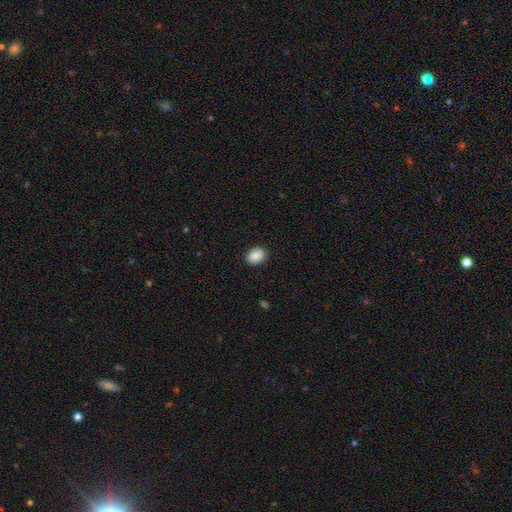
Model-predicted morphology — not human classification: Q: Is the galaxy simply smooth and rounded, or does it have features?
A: smooth — 88%.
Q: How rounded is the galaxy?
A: in between — 65%.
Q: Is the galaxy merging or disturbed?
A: none — 89%.